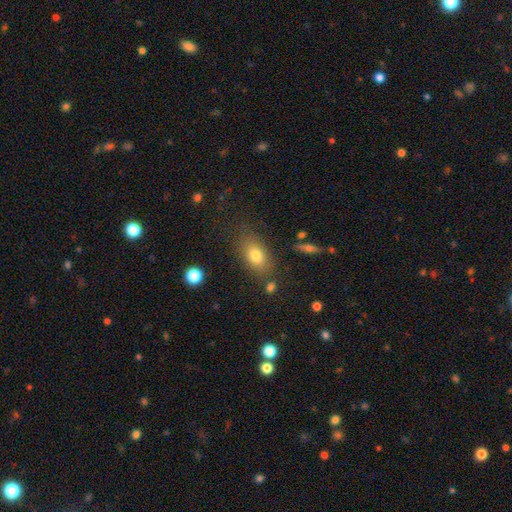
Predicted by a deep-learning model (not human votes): Smooth or featured? smooth (76%)
How rounded? in between (81%)
Merging? none (76%)